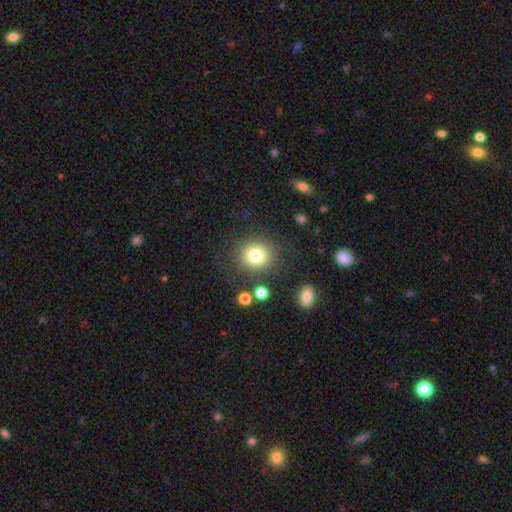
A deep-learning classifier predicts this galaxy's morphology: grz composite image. It shows a smooth galaxy with no disk features (79%) that is round (82%). Merging: none (82%).